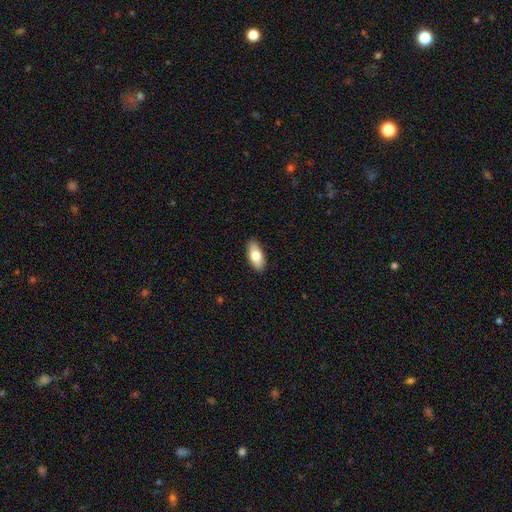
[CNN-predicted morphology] type=smooth (76%); roundness=in between (88%); merging=none (89%).